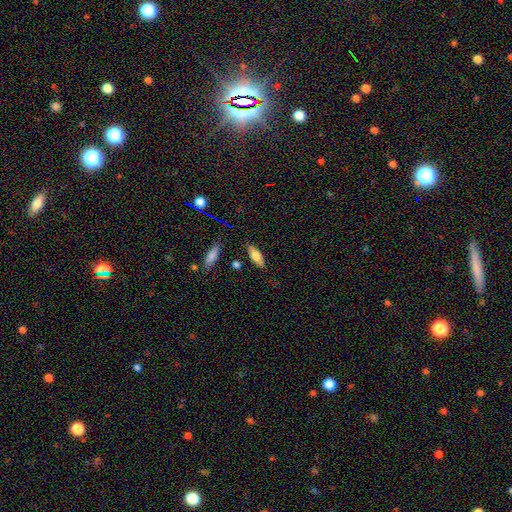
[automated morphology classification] Smooth or featured: smooth — 70% (featured or disk — 22%)
How rounded: in between — 67% (cigar-shaped — 30%)
Merging: none — 83% (minor disturbance — 11%)